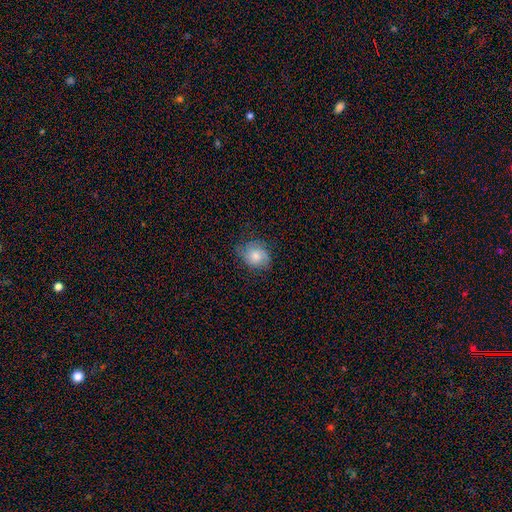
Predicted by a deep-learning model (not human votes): The model was most divided on "how rounded": round: 57%, in between: 42%, cigar-shaped: 1%. More confident: smooth or featured — smooth (68%); merging — none (67%).